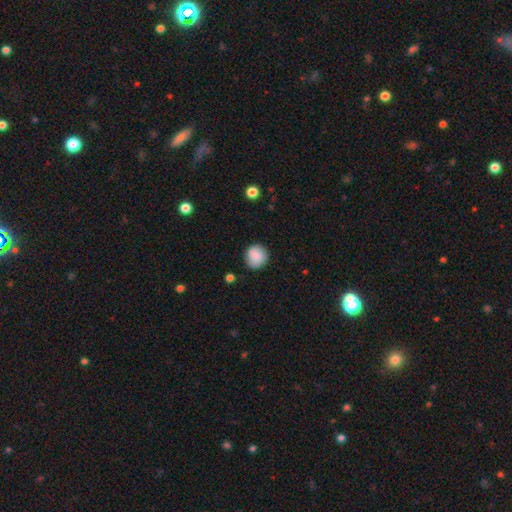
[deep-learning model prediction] This is clearly a smooth galaxy (85%). How rounded: clearly round (90%). Merging: clearly none (85%).